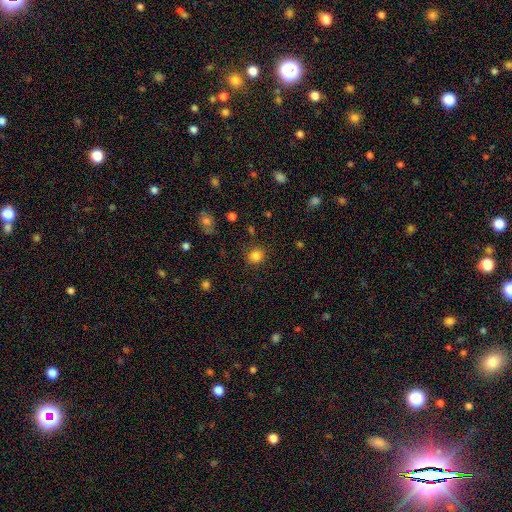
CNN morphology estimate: smooth 84%, star or artifact 12%, featured or disk 4%. Down the decision tree: how rounded — round (78%); merging — none (85%).